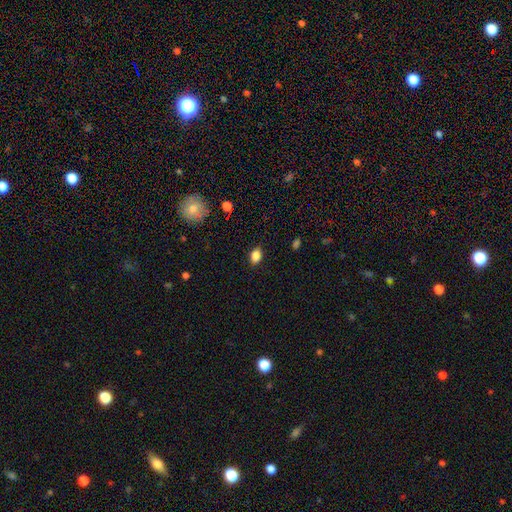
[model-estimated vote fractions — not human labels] Smooth or featured: smooth — 85% (star or artifact — 10%)
How rounded: in between — 74% (round — 24%)
Merging: none — 85% (minor disturbance — 12%)